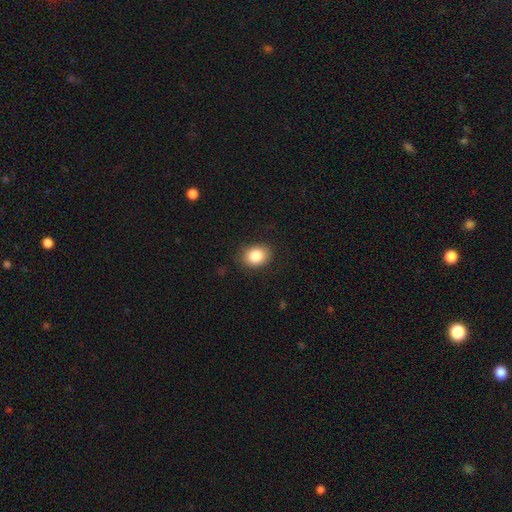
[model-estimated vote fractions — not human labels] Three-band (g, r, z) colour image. It shows a smooth galaxy with no disk features (86%) that is in between round and cigar-shaped (52%). Merging: none (84%).